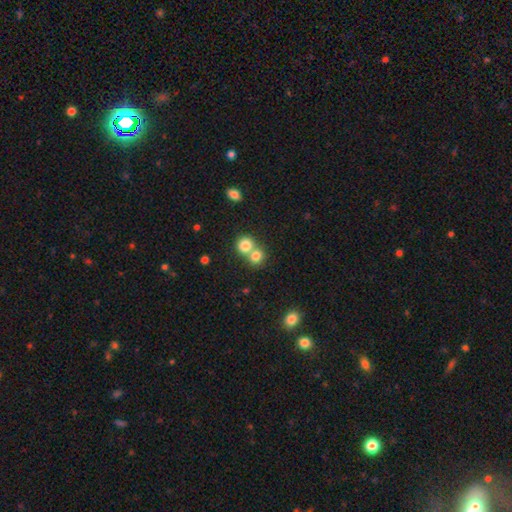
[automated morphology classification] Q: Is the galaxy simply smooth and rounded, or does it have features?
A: smooth — 80%.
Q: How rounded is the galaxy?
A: round — 82%.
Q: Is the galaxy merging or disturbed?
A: merger — 52%.